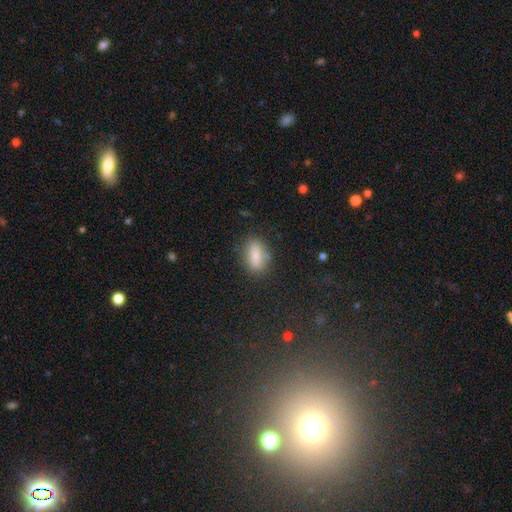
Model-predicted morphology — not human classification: Q: Smooth or featured?
A: smooth (76%); runner-up: featured or disk (15%)
Q: How rounded?
A: in between (73%); runner-up: cigar-shaped (19%)
Q: Merging?
A: none (75%); runner-up: minor disturbance (16%)